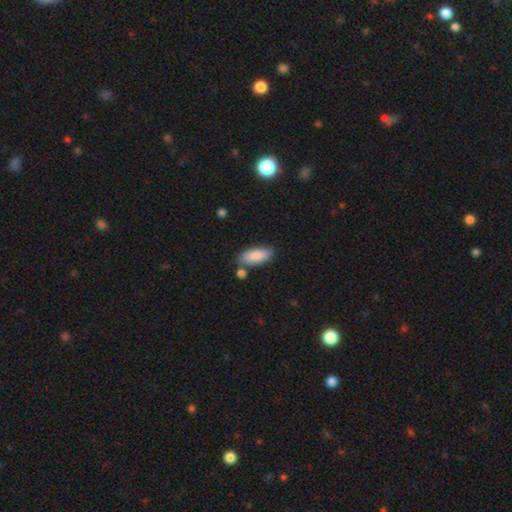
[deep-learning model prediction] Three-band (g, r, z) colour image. It shows a smooth galaxy with no disk features (87%) that is in between round and cigar-shaped (80%). Merging: none (73%).